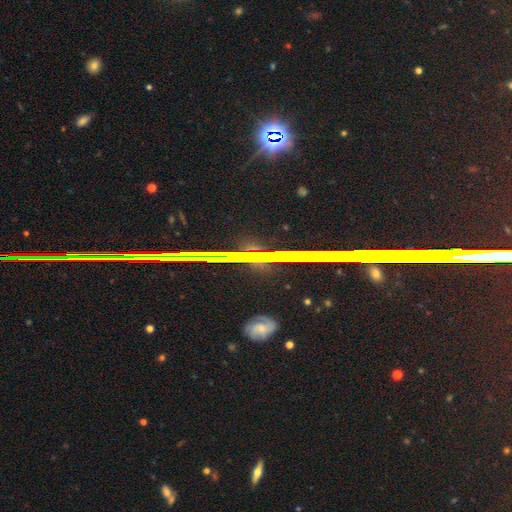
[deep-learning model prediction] Q: Smooth or featured?
A: star or artifact (59%); runner-up: featured or disk (21%)